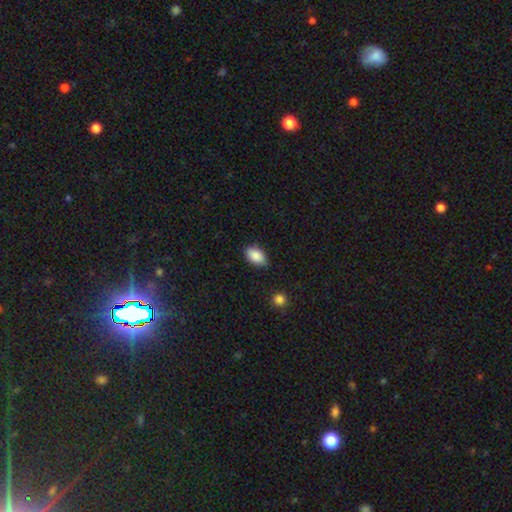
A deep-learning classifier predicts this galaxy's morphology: smooth 88%, star or artifact 7%, featured or disk 5%. Down the decision tree: how rounded — in between (92%); merging — none (82%).